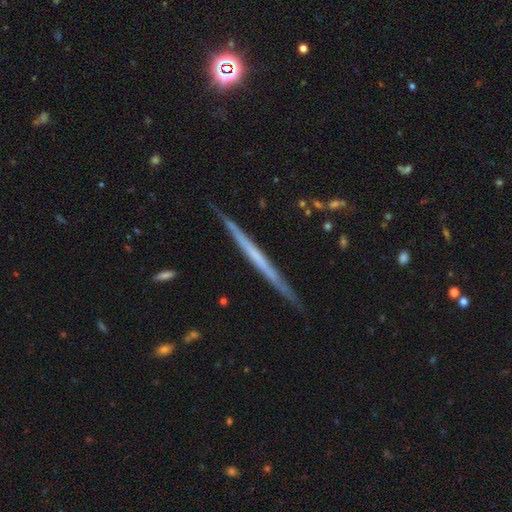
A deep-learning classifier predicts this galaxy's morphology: A featured or disk galaxy (65%) viewed edge-on (98%) with no central bulge (88%).

Vote fractions:
- Smooth or featured? featured or disk: 65% / smooth: 29% / star or artifact: 6%
- Edge-on disk? yes: 98% / no: 2%
- Edge-on bulge? none: 88% / rounded: 8% / boxy: 5%
- Merging? none: 88% / minor disturbance: 9% / major disturbance: 2% / merger: 1%